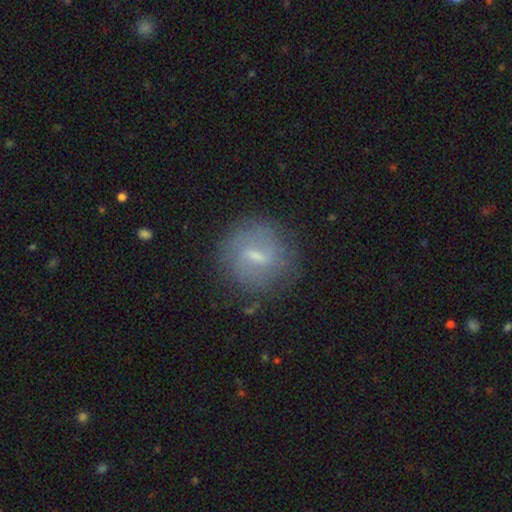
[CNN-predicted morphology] Smooth or featured? Predicted: featured or disk (p=0.55). Edge-on disk? Predicted: no (p=0.93). Bar? Predicted: weak (p=0.59). Spiral arms? Predicted: yes (p=0.58). Bulge size? Predicted: small (p=0.55). Merging? Predicted: none (p=0.76).